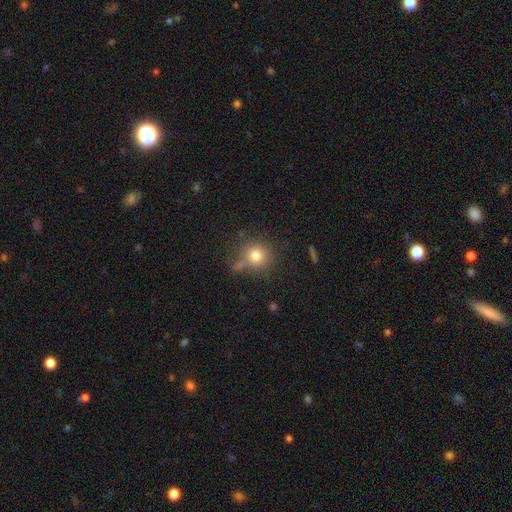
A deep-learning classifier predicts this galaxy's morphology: A smooth galaxy with no disk features (77%) that is round (89%). Merging: none (67%).